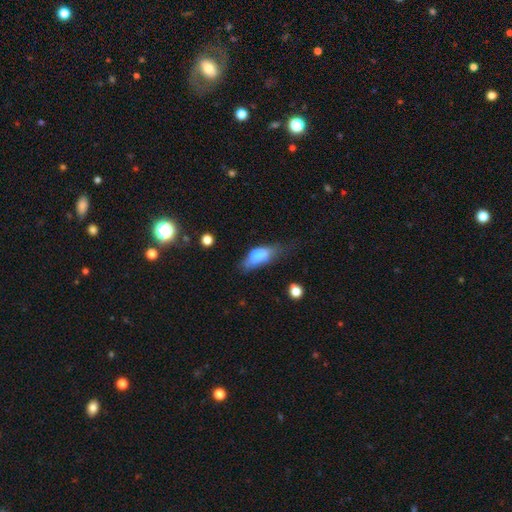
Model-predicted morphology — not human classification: Overall: smooth (68%). How rounded: in between (75%). Merging: none (37%; minor disturbance 34%).